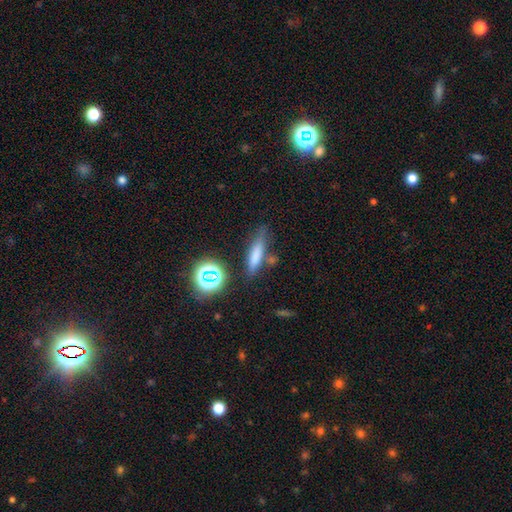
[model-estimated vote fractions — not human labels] Smooth or featured: smooth — 72% (featured or disk — 15%)
How rounded: cigar-shaped — 75% (in between — 20%)
Merging: none — 70% (minor disturbance — 17%)